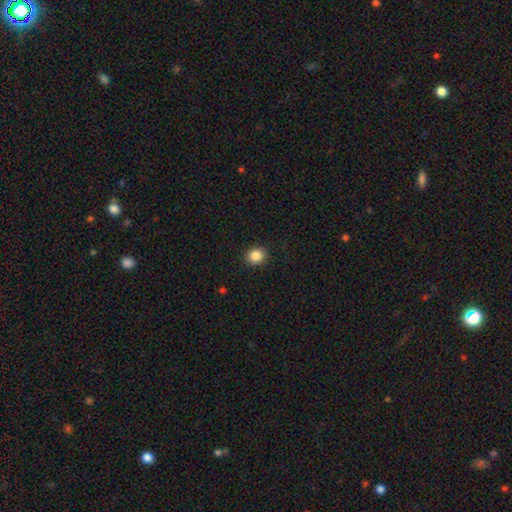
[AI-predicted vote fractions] Overall: smooth (86%). How rounded: round (84%). Merging: none (92%).